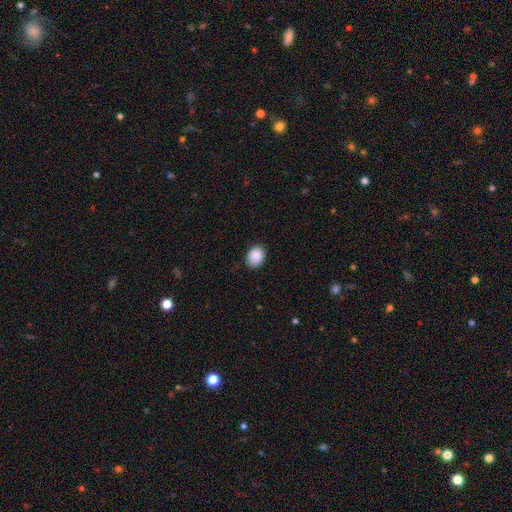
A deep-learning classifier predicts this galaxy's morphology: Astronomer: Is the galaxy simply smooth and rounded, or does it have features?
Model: smooth — 89%.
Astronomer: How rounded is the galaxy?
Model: in between — 56% (runner-up: round, 43%).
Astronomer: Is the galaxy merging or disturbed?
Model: none — 83%.